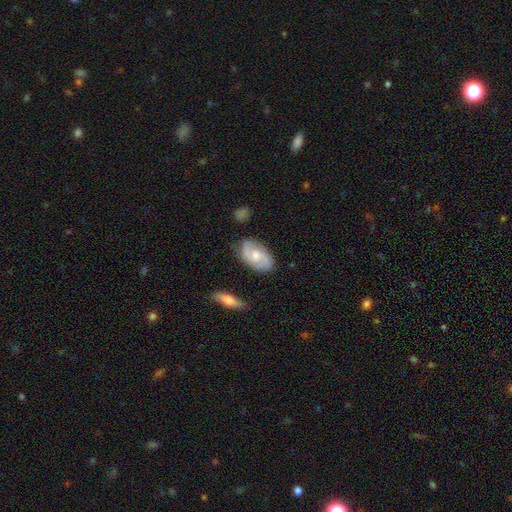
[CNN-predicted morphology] A featured or disk galaxy (65%) with no bar (60%), 2 (80%) medium (46%) spiral arms (89%) and a moderate central bulge (59%). Merging: none (76%).